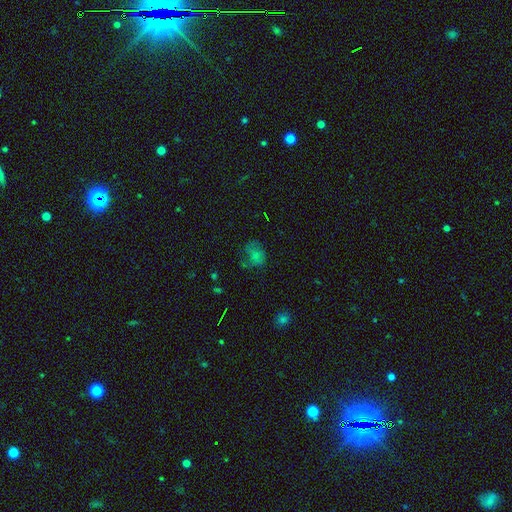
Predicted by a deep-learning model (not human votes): Smooth or featured: smooth — 63% (star or artifact — 19%)
How rounded: round — 58% (in between — 41%)
Merging: none — 45% (minor disturbance — 27%)